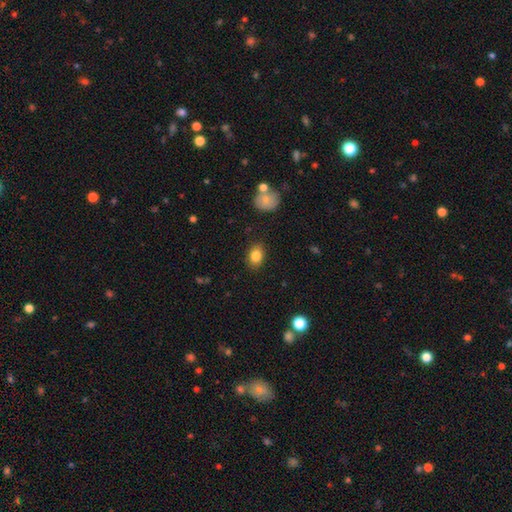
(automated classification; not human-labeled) A smooth galaxy with no disk features (83%) that is in between round and cigar-shaped (70%). Merging: none (86%).